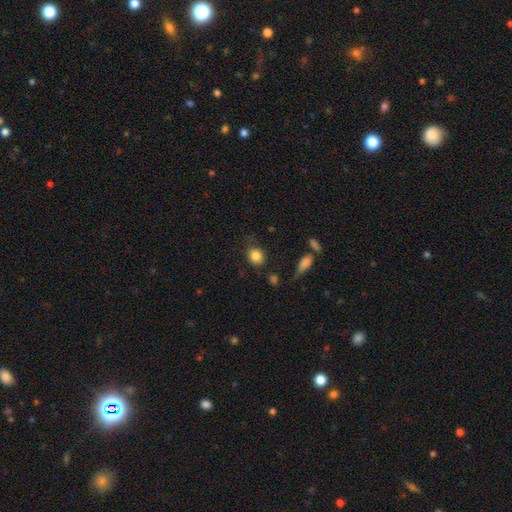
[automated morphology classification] A smooth galaxy with no disk features (84%) that is round (64%).

Vote fractions:
- Smooth or featured? smooth: 84% / star or artifact: 9% / featured or disk: 7%
- How rounded? round: 64% / in between: 35% / cigar-shaped: 1%
- Merging? none: 73% / minor disturbance: 18% / major disturbance: 6% / merger: 3%